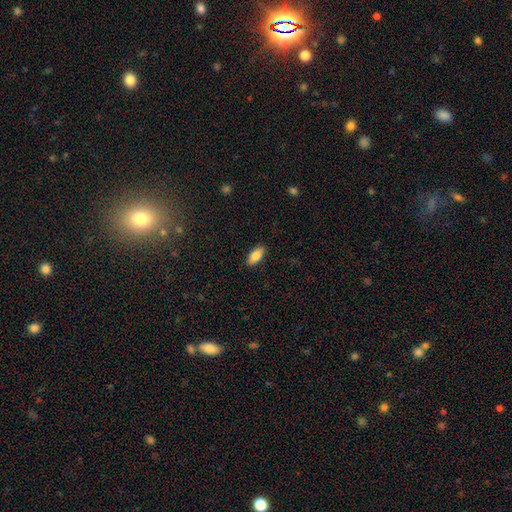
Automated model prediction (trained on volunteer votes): Smooth or featured?
  - smooth: 85% *
  - featured or disk: 8%
  - star or artifact: 7%
How rounded?
  - in between: 90% *
  - cigar-shaped: 8%
  - round: 2%
Merging?
  - none: 88% *
  - minor disturbance: 9%
  - major disturbance: 2%
  - merger: 1%